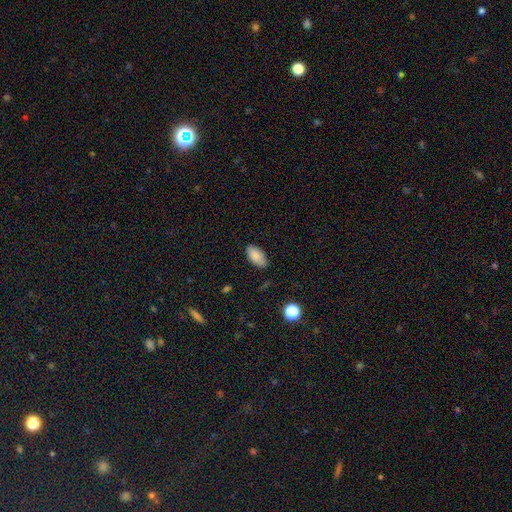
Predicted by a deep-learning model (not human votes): Morphology: type=smooth (87%); roundness=in between (93%); merging=none (82%).